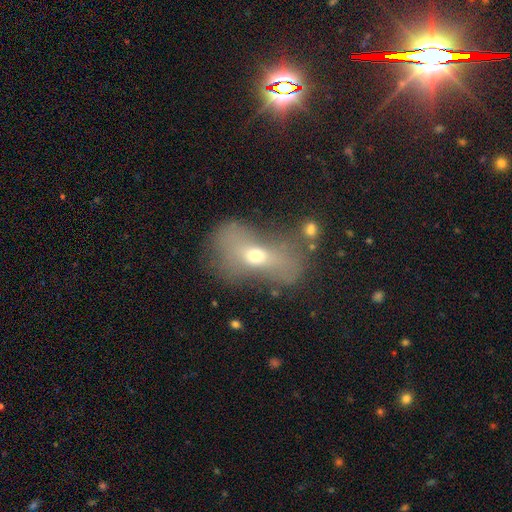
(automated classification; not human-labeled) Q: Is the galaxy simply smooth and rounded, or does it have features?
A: smooth — 44%.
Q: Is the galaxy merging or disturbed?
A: major disturbance — 34%.